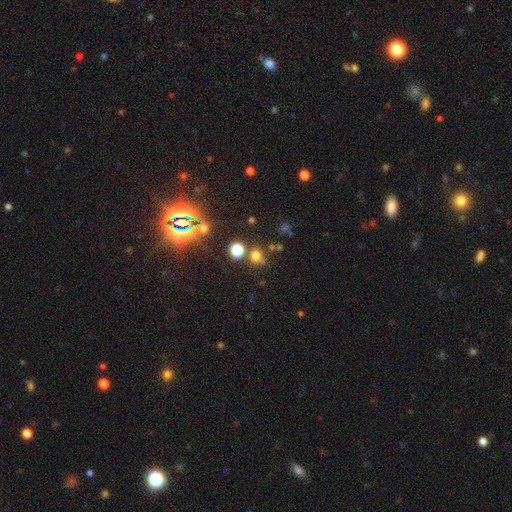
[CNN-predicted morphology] smooth-or-featured: smooth: 58% | star or artifact: 34% | featured or disk: 8%
  how-rounded: round: 83% | in between: 16% | cigar-shaped: 1%
  merging: none: 66% | merger: 17% | minor disturbance: 11% | major disturbance: 6%